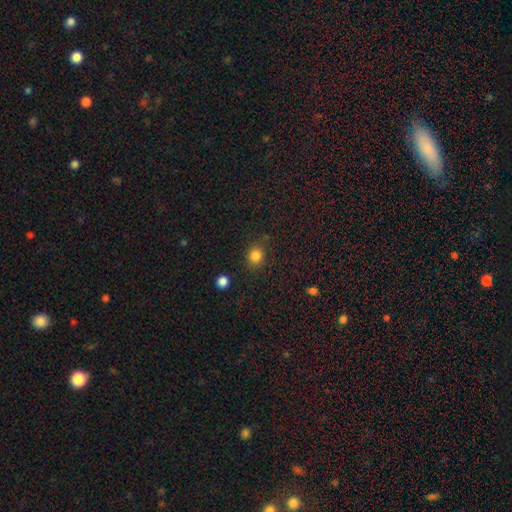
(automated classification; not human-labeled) smooth 84%, star or artifact 12%, featured or disk 4%. Down the decision tree: how rounded — round (74%); merging — none (81%).